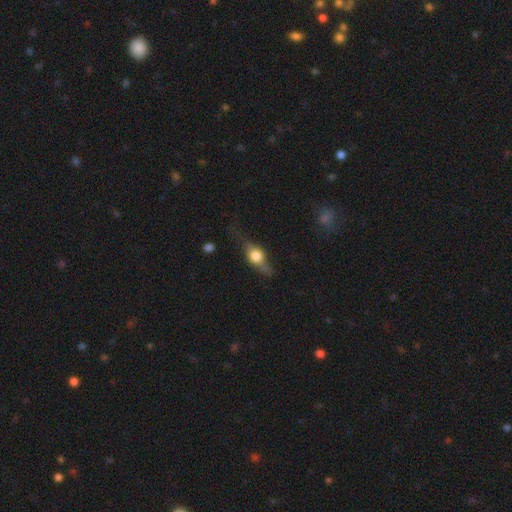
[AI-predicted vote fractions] A featured or disk galaxy (53%) viewed edge-on (89%). Merging: none (63%).